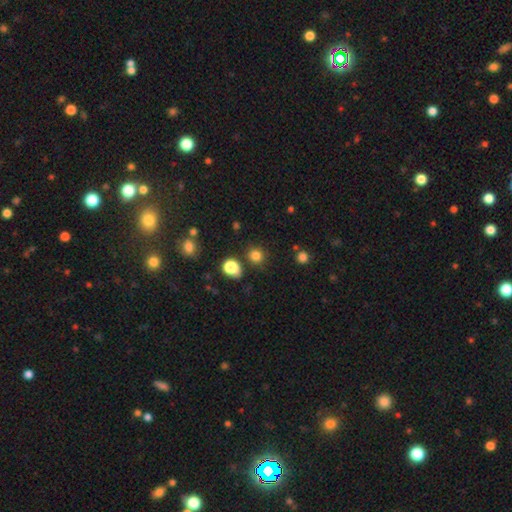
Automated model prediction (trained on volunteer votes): smooth 80%, star or artifact 15%, featured or disk 5%. Down the decision tree: how rounded — round (87%); merging — none (81%).